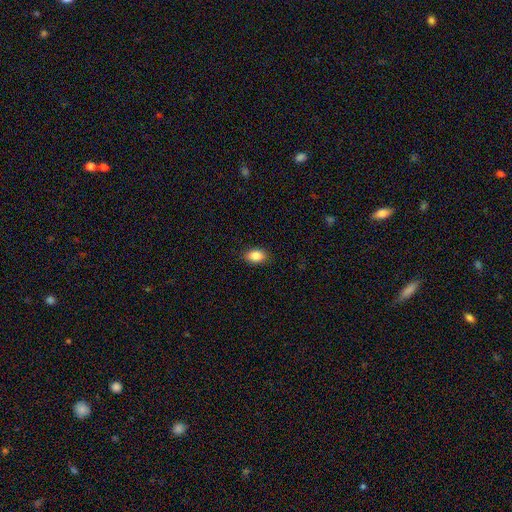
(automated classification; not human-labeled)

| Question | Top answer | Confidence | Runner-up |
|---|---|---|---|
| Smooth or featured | smooth | 87% | star or artifact (8%) |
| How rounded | in between | 85% | round (13%) |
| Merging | none | 88% | minor disturbance (9%) |